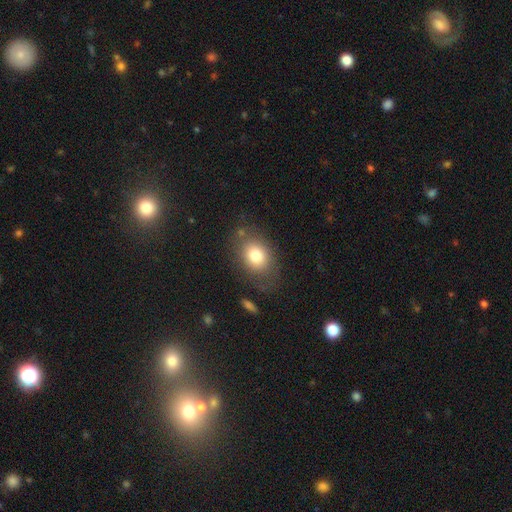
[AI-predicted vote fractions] Smooth or featured? smooth (79%)
How rounded? in between (66%)
Merging? none (70%)